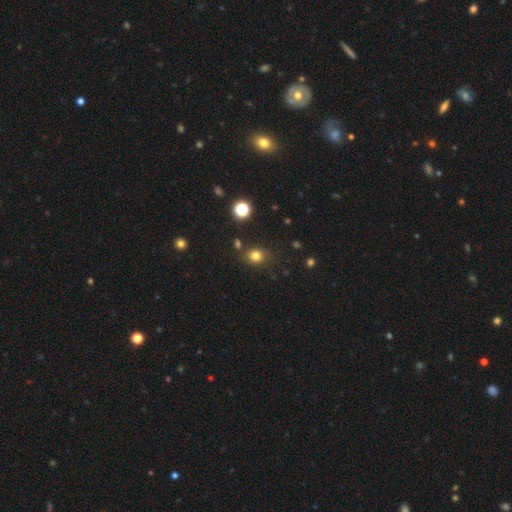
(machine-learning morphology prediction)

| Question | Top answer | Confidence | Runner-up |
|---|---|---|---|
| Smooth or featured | smooth | 78% | star or artifact (16%) |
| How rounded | round | 69% | in between (30%) |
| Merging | none | 80% | minor disturbance (12%) |